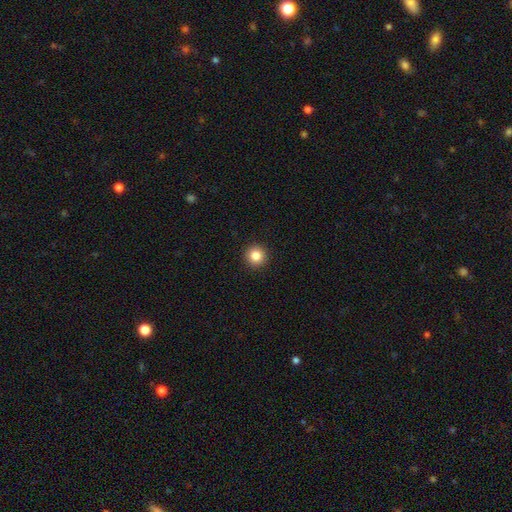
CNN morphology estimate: Smooth or featured? Predicted: smooth (p=0.84). How rounded? Predicted: round (p=0.95). Merging? Predicted: none (p=0.94).